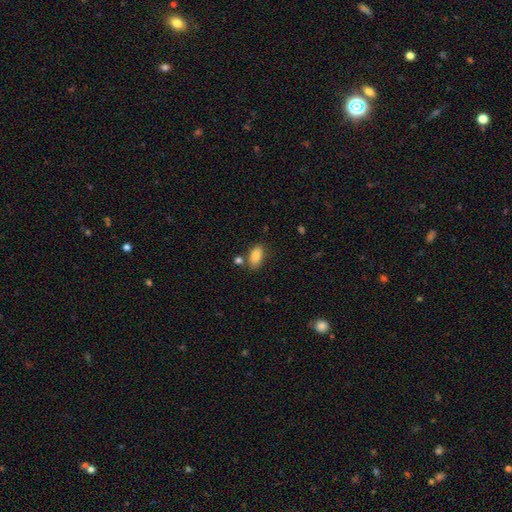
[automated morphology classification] Q: Smooth or featured?
A: smooth (87%); runner-up: star or artifact (8%)
Q: How rounded?
A: in between (91%); runner-up: round (5%)
Q: Merging?
A: none (72%); runner-up: minor disturbance (15%)